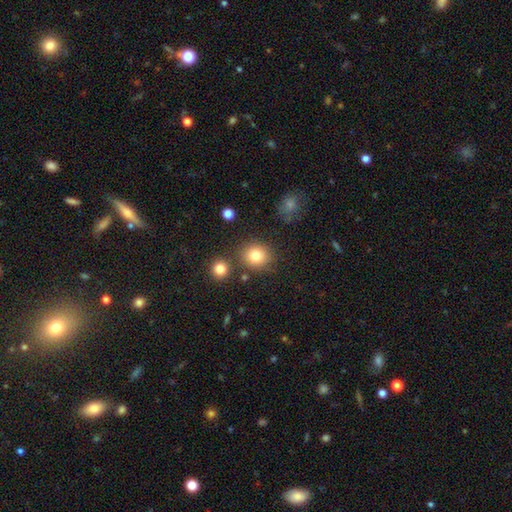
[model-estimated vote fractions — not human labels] Q: Smooth or featured?
A: smooth (81%); runner-up: star or artifact (11%)
Q: How rounded?
A: round (84%); runner-up: in between (15%)
Q: Merging?
A: none (80%); runner-up: minor disturbance (9%)